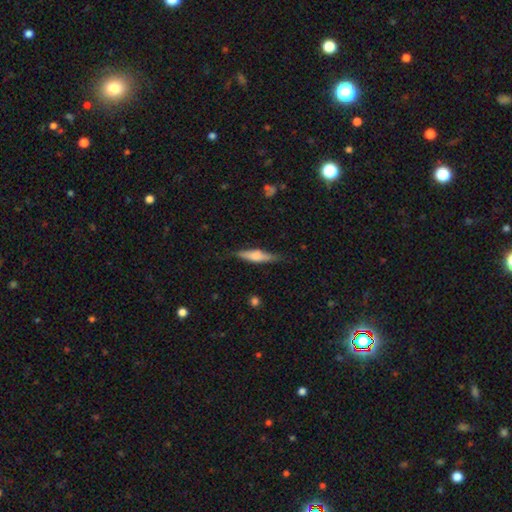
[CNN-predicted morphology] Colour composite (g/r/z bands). It shows a smooth galaxy with no disk features (52%) that is cigar-shaped (75%). Merging: none (80%).